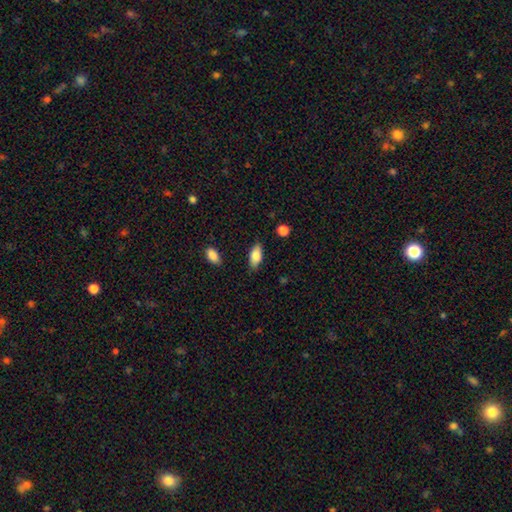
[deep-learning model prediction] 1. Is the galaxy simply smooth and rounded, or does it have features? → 84% smooth, 9% featured or disk, 7% star or artifact.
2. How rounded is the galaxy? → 88% in between, 10% cigar-shaped, 3% round.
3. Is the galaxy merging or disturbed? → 83% none, 13% minor disturbance, 3% major disturbance, 2% merger.